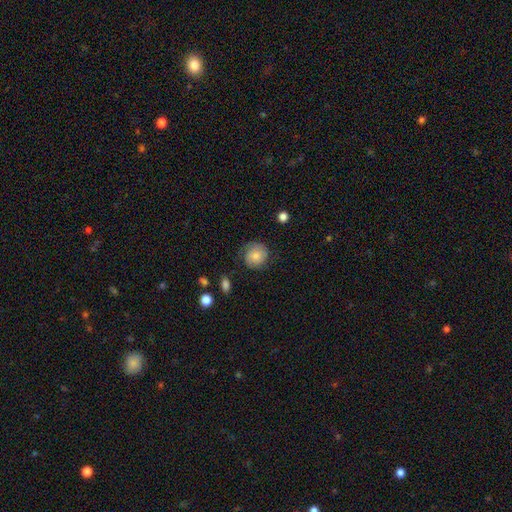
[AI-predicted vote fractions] This appears to be a smooth galaxy with no disk features (70%) that is round (85%). Merging: none (71%).